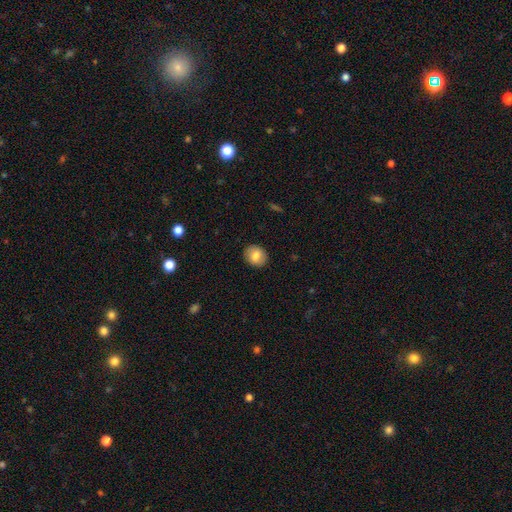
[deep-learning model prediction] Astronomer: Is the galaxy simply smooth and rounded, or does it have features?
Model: smooth — 79%.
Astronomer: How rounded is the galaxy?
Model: round — 66%.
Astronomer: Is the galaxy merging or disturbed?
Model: none — 90%.